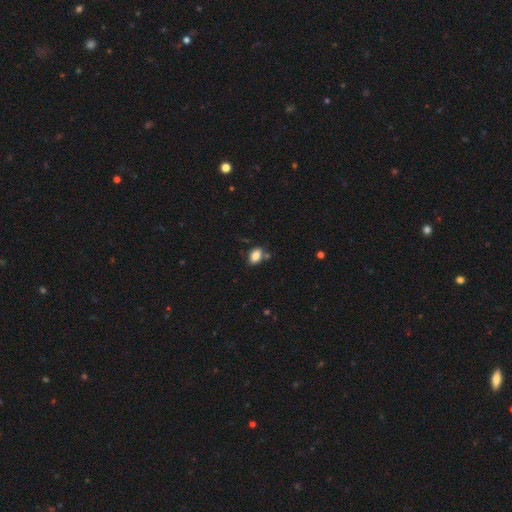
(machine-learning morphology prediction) smooth-or-featured: smooth: 85% | star or artifact: 9% | featured or disk: 6%
  how-rounded: in between: 85% | round: 14% | cigar-shaped: 2%
  merging: none: 72% | minor disturbance: 16% | merger: 8% | major disturbance: 4%